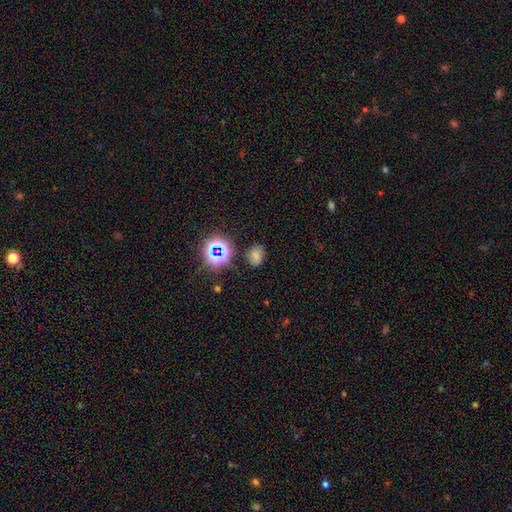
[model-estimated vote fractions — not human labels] Smooth or featured? smooth (62%)
How rounded? in between (61%)
Merging? none (75%)